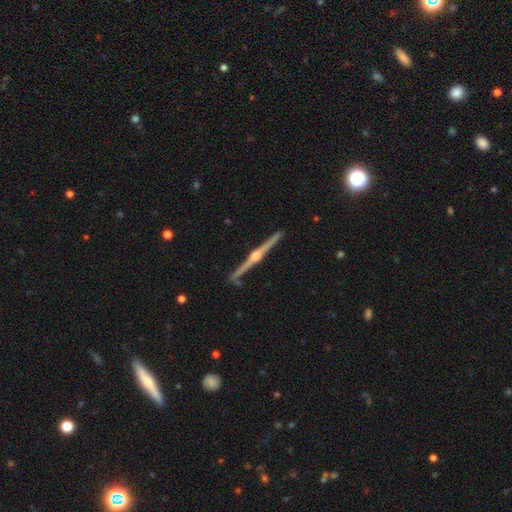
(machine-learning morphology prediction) smooth_or_featured: featured or disk (p=0.89) [alt: smooth p=0.06]
disk_edge_on: yes (p=0.99) [alt: no p=0.01]
edge_on_bulge: rounded (p=0.91) [alt: boxy p=0.05]
merging: none (p=0.91) [alt: minor disturbance p=0.06]